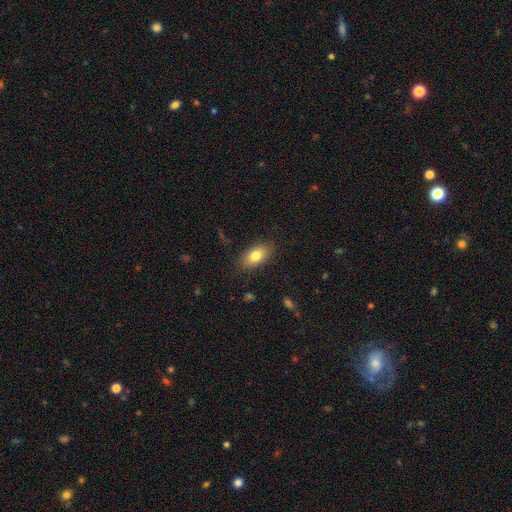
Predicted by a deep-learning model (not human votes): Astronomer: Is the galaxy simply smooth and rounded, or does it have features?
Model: smooth — 80%.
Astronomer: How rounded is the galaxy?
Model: in between — 90%.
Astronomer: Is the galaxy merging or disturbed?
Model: none — 86%.